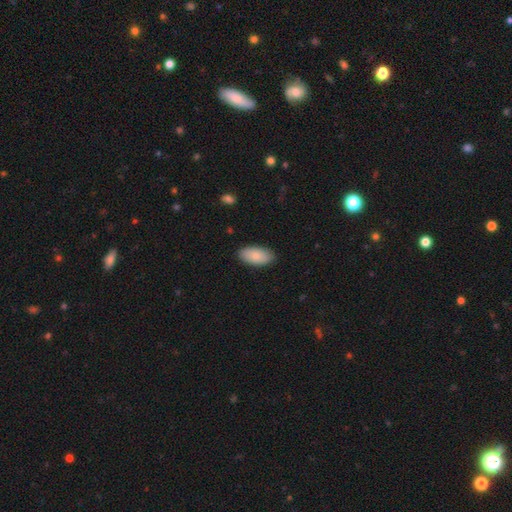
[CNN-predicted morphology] Q: Smooth or featured?
A: smooth (83%); runner-up: featured or disk (11%)
Q: How rounded?
A: in between (94%); runner-up: cigar-shaped (3%)
Q: Merging?
A: none (86%); runner-up: minor disturbance (11%)